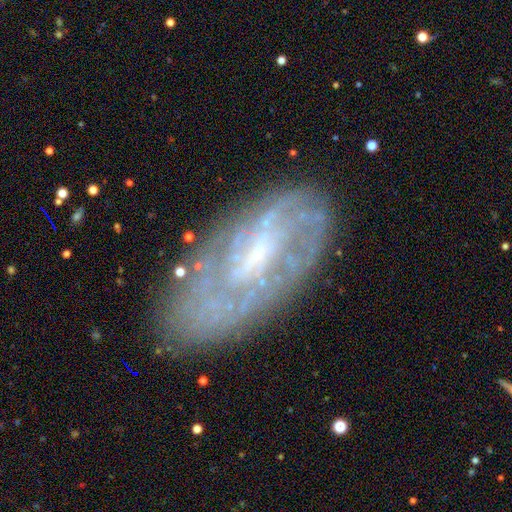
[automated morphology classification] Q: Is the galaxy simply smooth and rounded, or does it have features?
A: featured or disk — 73%.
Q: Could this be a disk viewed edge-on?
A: no — 91%.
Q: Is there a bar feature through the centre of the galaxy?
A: weak — 47%.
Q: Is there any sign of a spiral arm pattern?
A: yes — 76%.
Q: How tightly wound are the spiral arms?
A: tight — 55%.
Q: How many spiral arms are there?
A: can't tell — 61%.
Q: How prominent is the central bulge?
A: small — 59%.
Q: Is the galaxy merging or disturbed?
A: none — 74%.